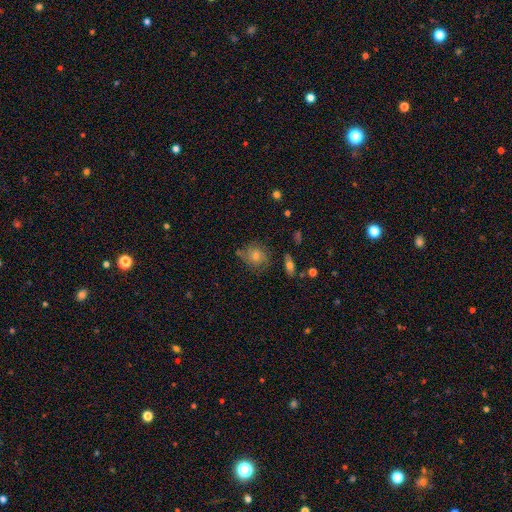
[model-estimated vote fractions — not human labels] Smooth or featured? smooth (55%)
How rounded? round (76%)
Merging? none (65%)